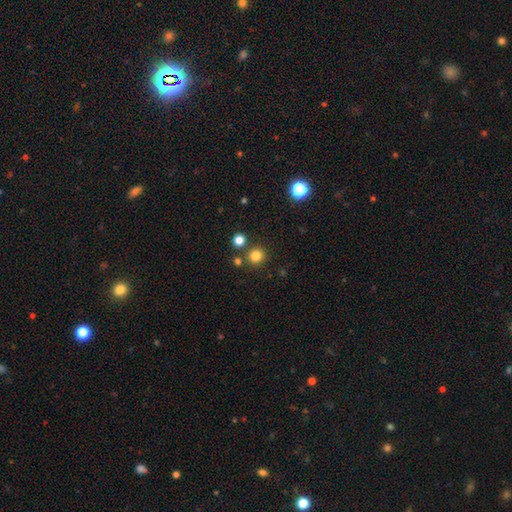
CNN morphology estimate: smooth 81%, star or artifact 15%, featured or disk 5%. Down the decision tree: how rounded — round (93%); merging — none (83%).